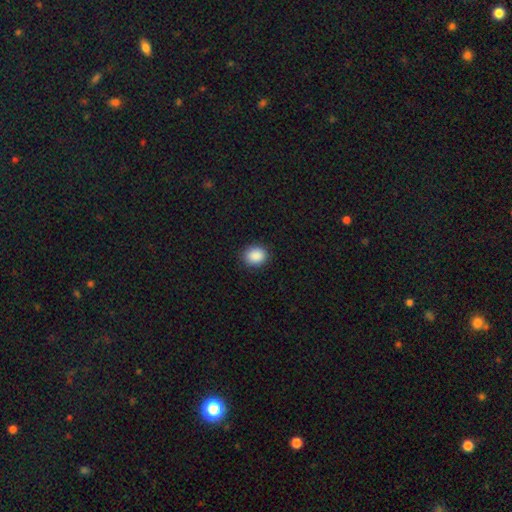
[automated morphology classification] type=smooth (89%); roundness=round (58%); merging=none (89%).